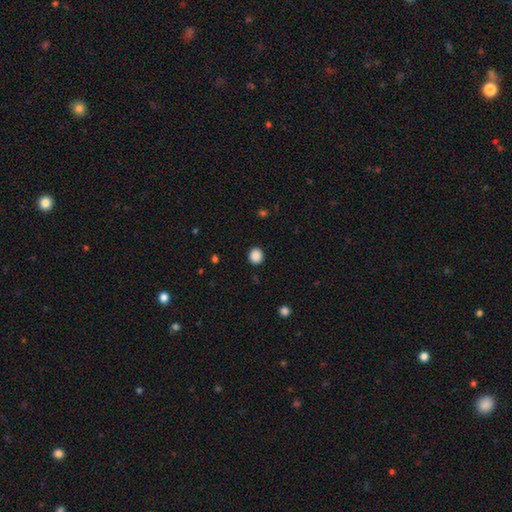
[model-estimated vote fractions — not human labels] Smooth or featured? Predicted: smooth (p=0.88). How rounded? Predicted: round (p=0.85). Merging? Predicted: none (p=0.91).